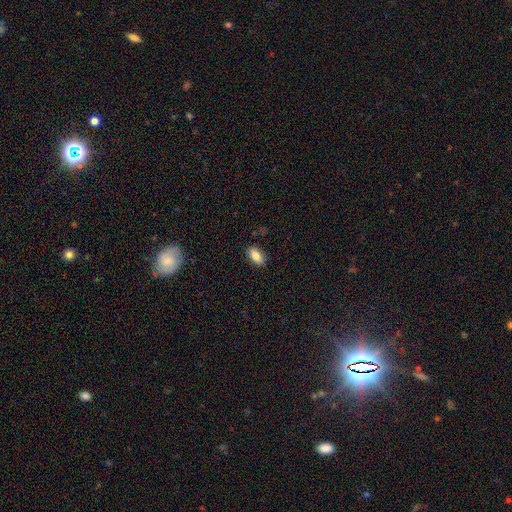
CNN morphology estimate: A smooth galaxy with no disk features (85%) that is in between round and cigar-shaped (91%).

Vote fractions:
- Smooth or featured? smooth: 85% / star or artifact: 8% / featured or disk: 8%
- How rounded? in between: 91% / cigar-shaped: 5% / round: 4%
- Merging? none: 87% / minor disturbance: 10% / major disturbance: 2% / merger: 1%